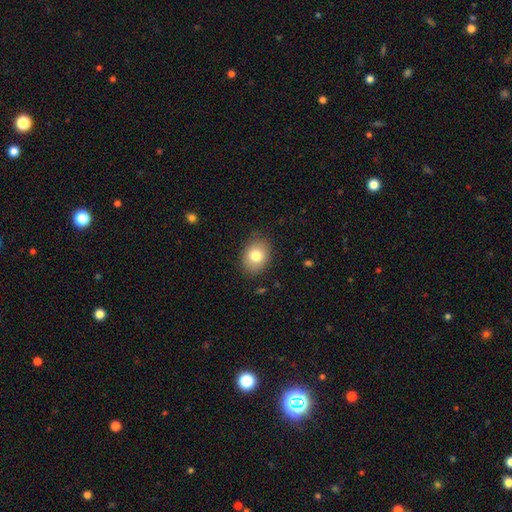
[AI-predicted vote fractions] This is likely a smooth galaxy (79%). How rounded: possibly in between (58%). Merging: clearly none (84%).